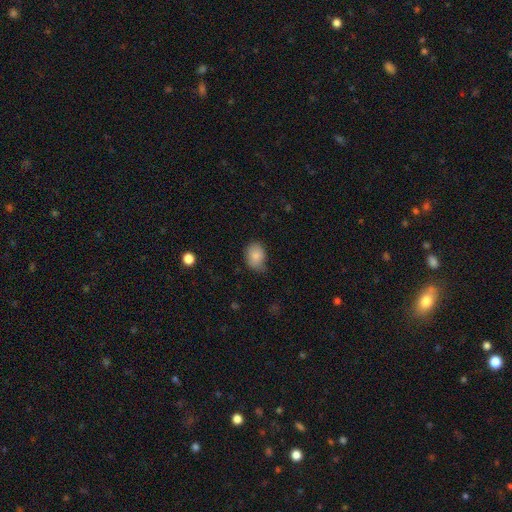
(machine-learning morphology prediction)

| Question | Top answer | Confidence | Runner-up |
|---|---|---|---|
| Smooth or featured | smooth | 85% | star or artifact (8%) |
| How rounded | in between | 63% | round (36%) |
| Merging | none | 58% | minor disturbance (34%) |